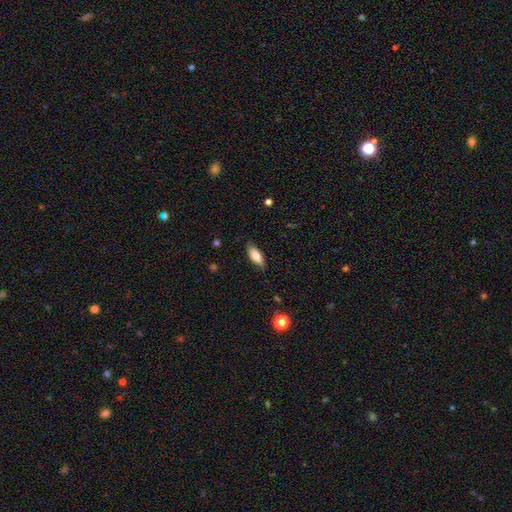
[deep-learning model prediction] smooth 78%, featured or disk 16%, star or artifact 7%. Down the decision tree: how rounded — in between (74%); merging — none (84%).